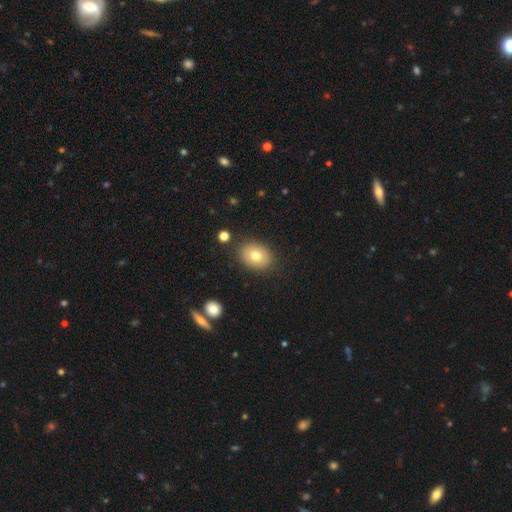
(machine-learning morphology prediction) type=smooth (78%); roundness=in between (62%); merging=none (85%).